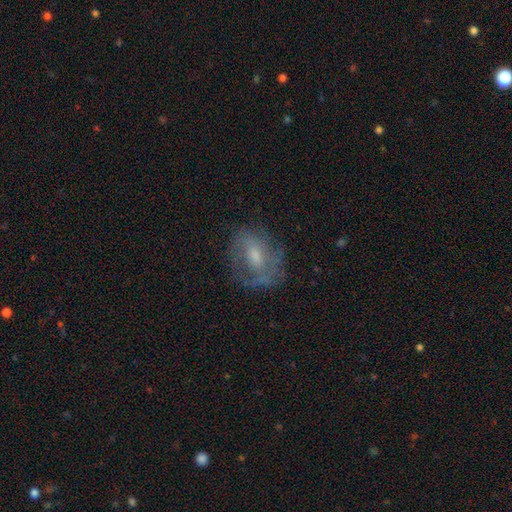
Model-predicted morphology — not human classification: A featured or disk galaxy (59%) with a weak bar (45%), spiral arms (67%) and a moderate central bulge (50%).

Vote fractions:
- Smooth or featured? featured or disk: 59% / smooth: 31% / star or artifact: 10%
- Edge-on disk? no: 95% / yes: 5%
- Bar? weak: 45% / no: 42% / strong: 13%
- Spiral arms? yes: 67% / no: 33%
- Bulge size? moderate: 50% / small: 32% / none: 10% / large: 7% / dominant: 1%
- Merging? none: 60% / minor disturbance: 22% / major disturbance: 16% / merger: 2%